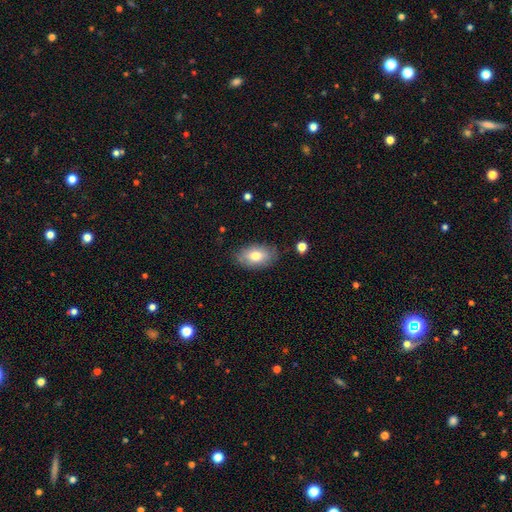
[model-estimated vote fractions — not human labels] Smooth or featured? smooth (75%)
How rounded? in between (92%)
Merging? none (80%)